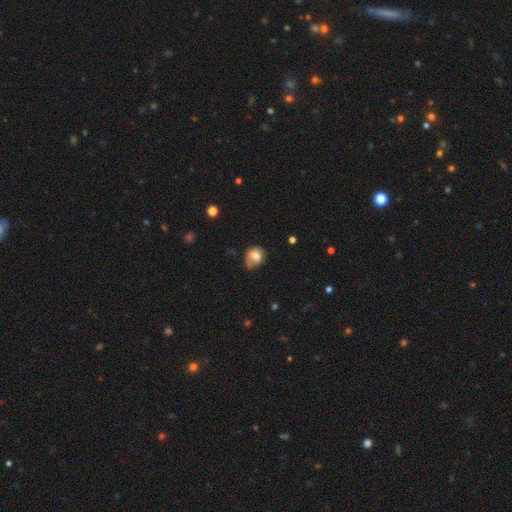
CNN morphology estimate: Smooth or featured? Predicted: smooth (p=0.64). How rounded? Predicted: round (p=0.58). Merging? Predicted: none (p=0.48).